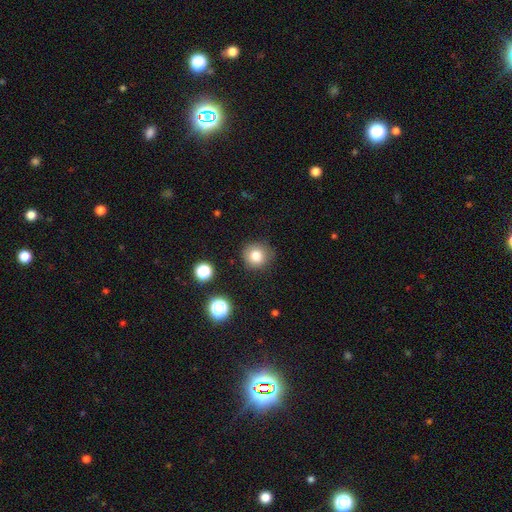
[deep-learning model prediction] Morphology: type=smooth (82%); roundness=round (90%); merging=none (85%).